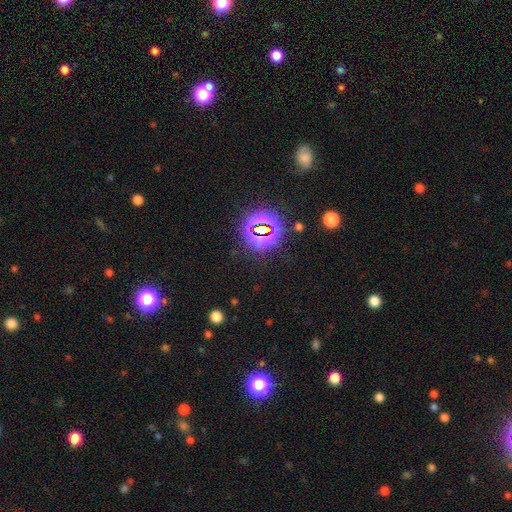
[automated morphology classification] The model was most divided on "smooth or featured": star or artifact: 78%, smooth: 15%, featured or disk: 8%.